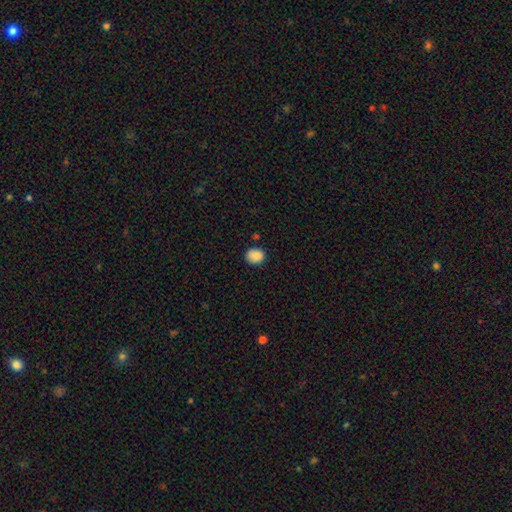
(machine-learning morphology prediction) Overall: smooth (87%). How rounded: round (65%; in between 34%). Merging: none (78%).